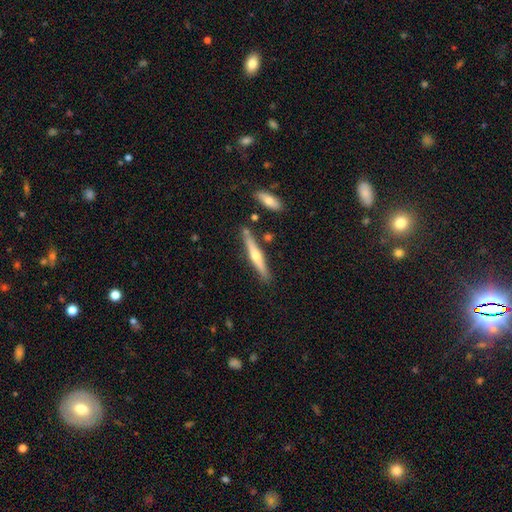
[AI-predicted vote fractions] featured or disk 60%, smooth 35%, star or artifact 6%. Down the decision tree: edge-on disk — yes (97%); edge-on bulge — rounded (87%); merging — none (83%).